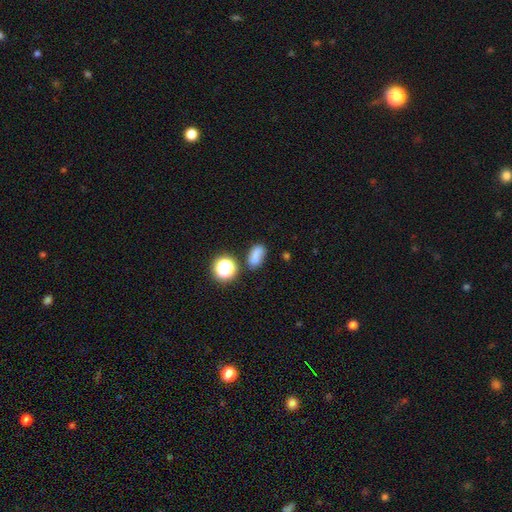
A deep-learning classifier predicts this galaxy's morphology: The model was most divided on "merging": none: 63%, minor disturbance: 19%, merger: 11%, major disturbance: 7%. More confident: how rounded — in between (76%); smooth or featured — smooth (74%).